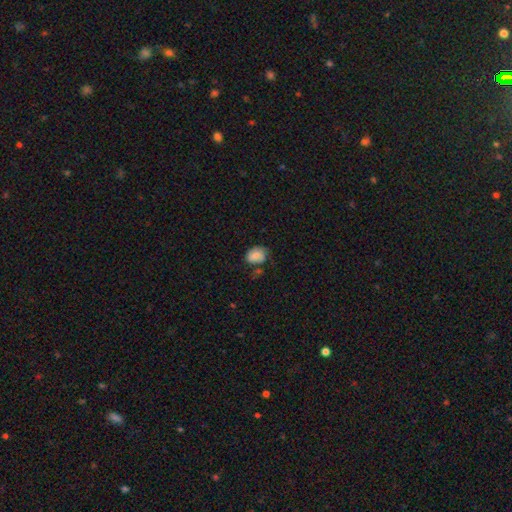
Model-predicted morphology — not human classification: Smooth or featured?
  - smooth: 75% *
  - featured or disk: 16%
  - star or artifact: 9%
How rounded?
  - in between: 67% *
  - round: 32%
  - cigar-shaped: 1%
Merging?
  - none: 48% *
  - minor disturbance: 31%
  - major disturbance: 12%
  - merger: 9%